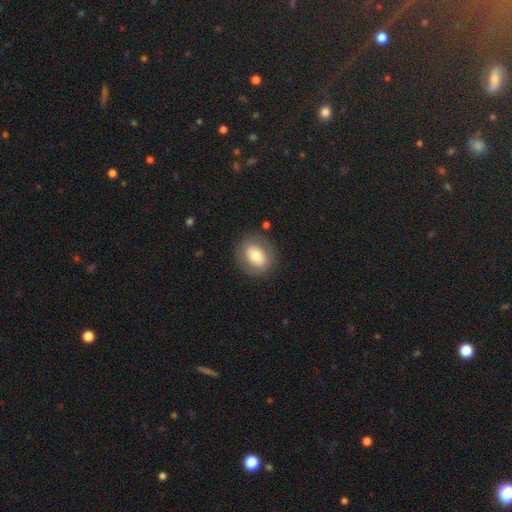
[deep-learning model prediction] Smooth or featured? Predicted: smooth (p=0.66). How rounded? Predicted: in between (p=0.51). Merging? Predicted: none (p=0.82).